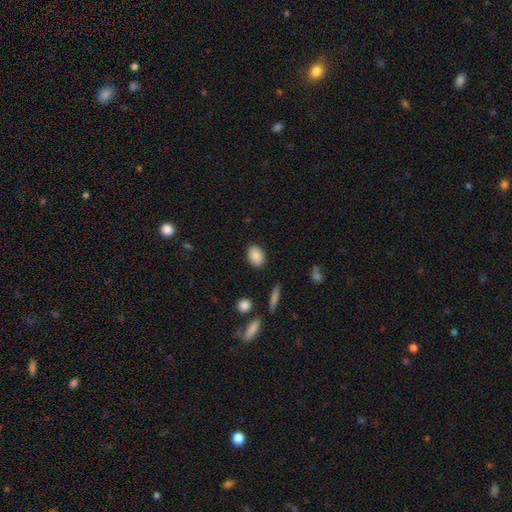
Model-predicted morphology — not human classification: Smooth or featured? smooth (88%)
How rounded? in between (82%)
Merging? none (88%)